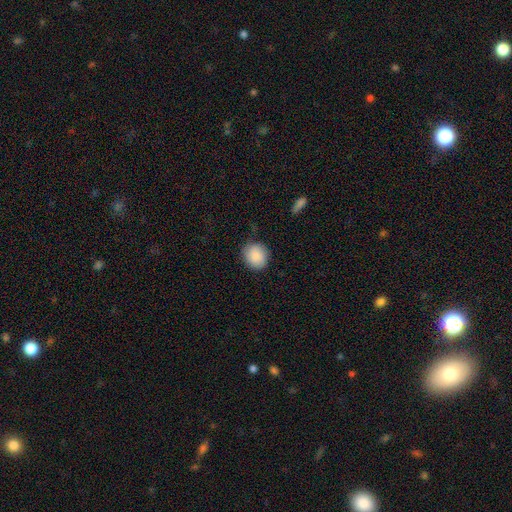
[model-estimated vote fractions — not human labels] A smooth galaxy with no disk features (89%) that is round (78%). Merging: none (85%).